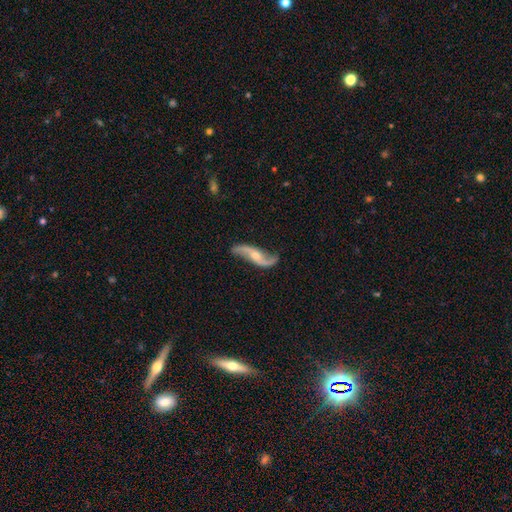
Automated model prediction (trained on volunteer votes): Smooth or featured?
  - featured or disk: 88% *
  - smooth: 7%
  - star or artifact: 5%
Edge-on disk?
  - no: 93% *
  - yes: 7%
Bar?
  - no: 57% *
  - weak: 32%
  - strong: 11%
Spiral arms?
  - yes: 96% *
  - no: 4%
Spiral winding?
  - loose: 86% *
  - medium: 11%
  - tight: 3%
Spiral arm count?
  - 2: 94% *
  - 1: 2%
  - can't tell: 2%
  - 3: 1%
  - 4: 1%
  - more than 4: 1%
Bulge size?
  - moderate: 52% *
  - small: 40%
  - none: 4%
  - large: 3%
  - dominant: 1%
Merging?
  - none: 78% *
  - minor disturbance: 15%
  - major disturbance: 5%
  - merger: 2%